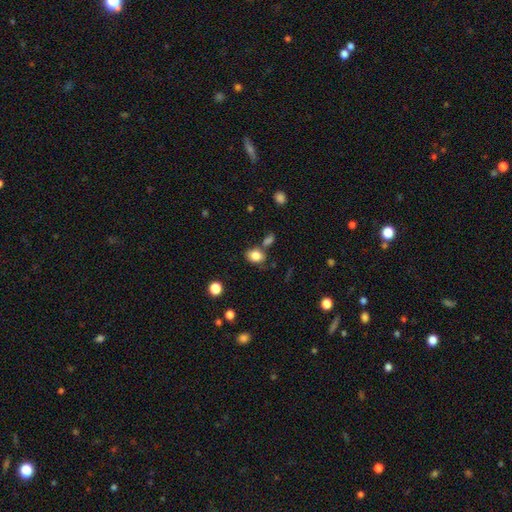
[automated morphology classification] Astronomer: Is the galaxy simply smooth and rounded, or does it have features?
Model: smooth — 83%.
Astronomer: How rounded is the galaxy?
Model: in between — 65%.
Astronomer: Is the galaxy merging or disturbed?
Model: none — 64%.